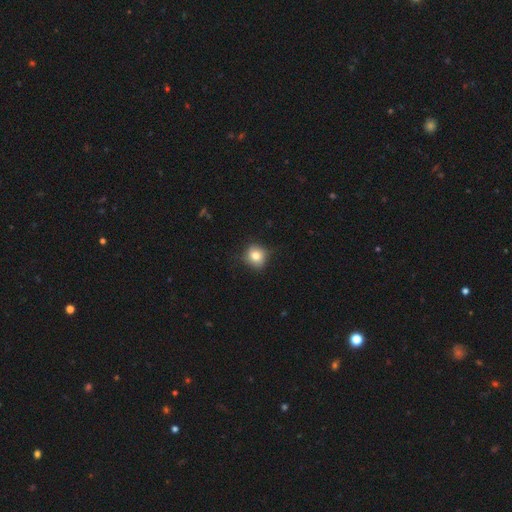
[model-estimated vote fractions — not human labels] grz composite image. It shows a smooth galaxy with no disk features (80%) that is round (83%). Merging: none (79%).